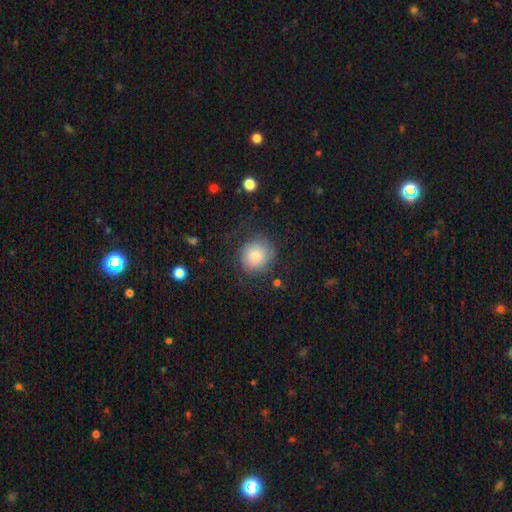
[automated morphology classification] Smooth or featured? smooth (78%)
How rounded? round (86%)
Merging? none (70%)